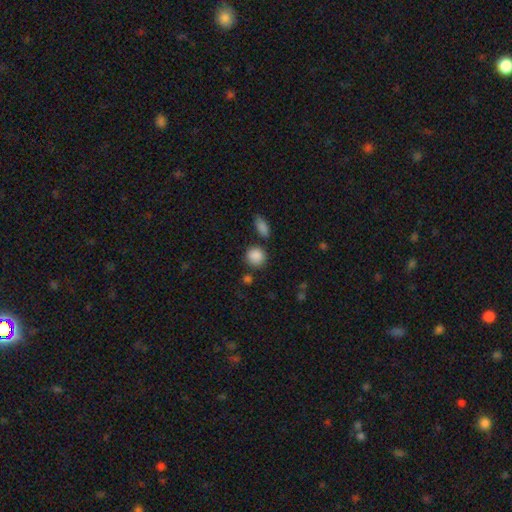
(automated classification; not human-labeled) Smooth or featured?
  - smooth: 88% *
  - star or artifact: 8%
  - featured or disk: 4%
How rounded?
  - round: 82% *
  - in between: 17%
  - cigar-shaped: 1%
Merging?
  - none: 78% *
  - minor disturbance: 12%
  - merger: 7%
  - major disturbance: 3%